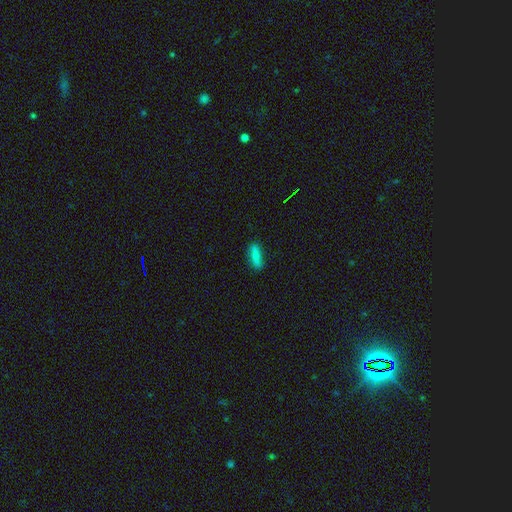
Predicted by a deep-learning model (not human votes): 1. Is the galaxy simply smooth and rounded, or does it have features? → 77% smooth, 14% featured or disk, 9% star or artifact.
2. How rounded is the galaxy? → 54% in between, 43% cigar-shaped, 3% round.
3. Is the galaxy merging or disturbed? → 81% none, 14% minor disturbance, 3% major disturbance, 2% merger.